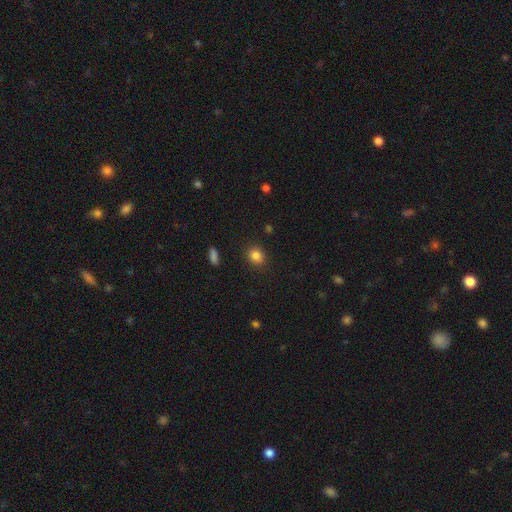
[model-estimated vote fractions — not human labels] smooth_or_featured: smooth (p=0.84) [alt: star or artifact p=0.11]
how_rounded: round (p=0.62) [alt: in between p=0.37]
merging: none (p=0.88) [alt: minor disturbance p=0.08]